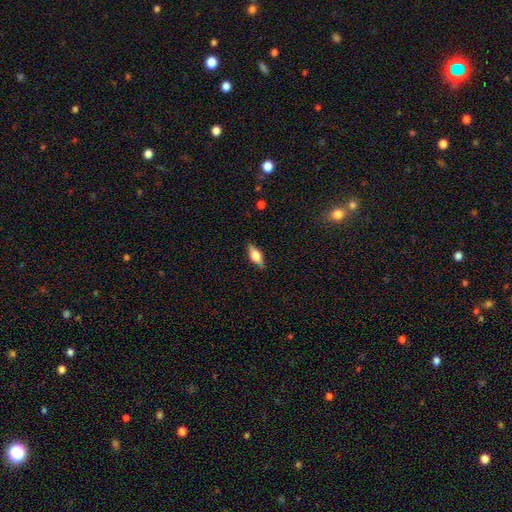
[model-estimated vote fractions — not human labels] smooth_or_featured: smooth (p=0.55) [alt: featured or disk p=0.37]
how_rounded: in between (p=0.78) [alt: cigar-shaped p=0.17]
merging: none (p=0.81) [alt: minor disturbance p=0.14]